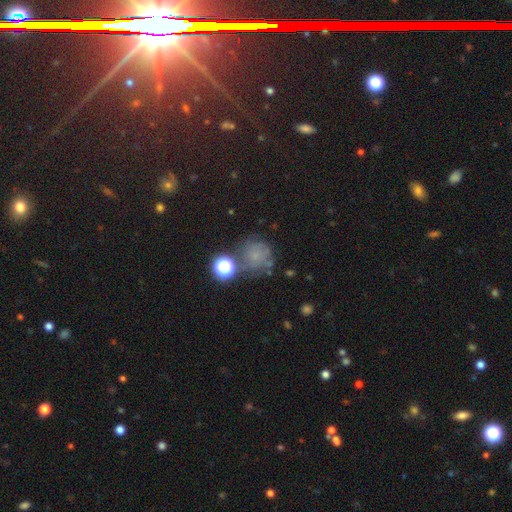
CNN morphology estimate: A smooth galaxy with no disk features (49%). Merging: none (60%).